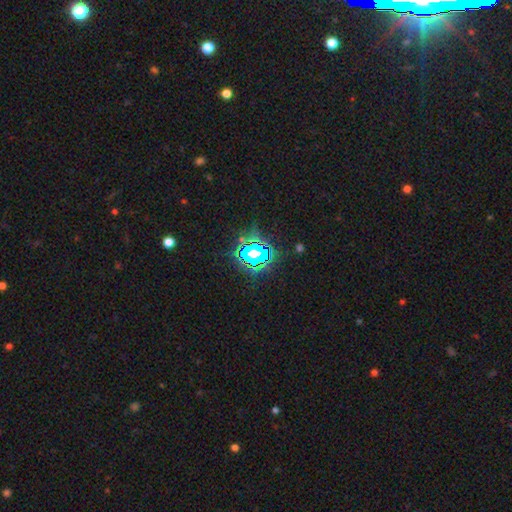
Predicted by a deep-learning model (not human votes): A star or artifact, not a galaxy (74%).